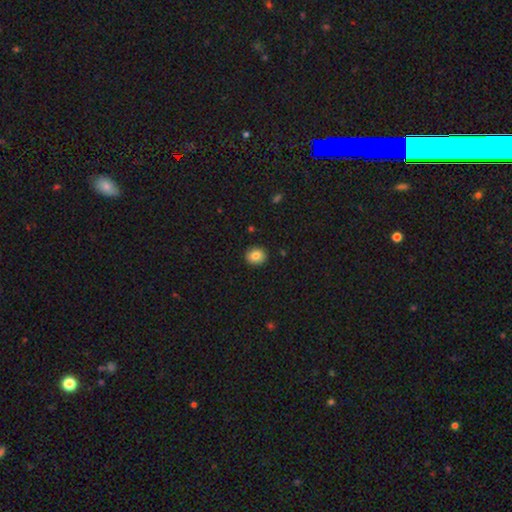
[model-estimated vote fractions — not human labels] A smooth galaxy with no disk features (83%) that is round (71%).

Vote fractions:
- Smooth or featured? smooth: 83% / star or artifact: 9% / featured or disk: 8%
- How rounded? round: 71% / in between: 28% / cigar-shaped: 1%
- Merging? none: 91% / minor disturbance: 6% / major disturbance: 2% / merger: 1%